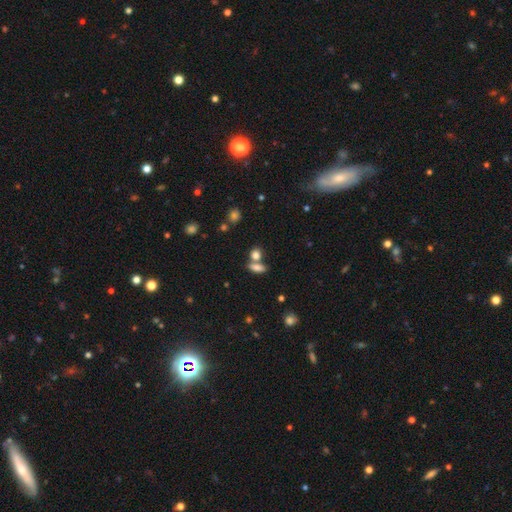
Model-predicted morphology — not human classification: This appears to be a smooth galaxy with no disk features (79%) that is in between round and cigar-shaped (58%). Merging: none (50%).